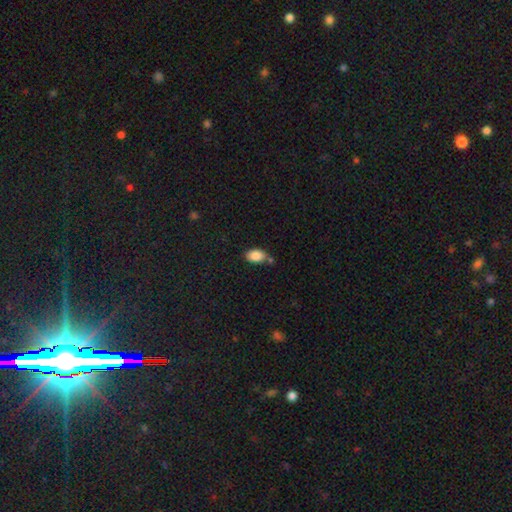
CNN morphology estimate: type=smooth (88%); roundness=in between (89%); merging=none (67%).